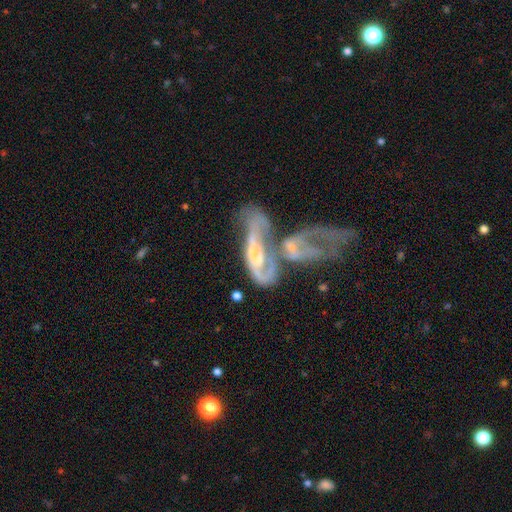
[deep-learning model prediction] Smooth or featured? Predicted: featured or disk (p=0.74). Edge-on disk? Predicted: no (p=0.85). Bar? Predicted: no (p=0.57). Spiral arms? Predicted: yes (p=0.67). Bulge size? Predicted: moderate (p=0.41). Merging? Predicted: merger (p=0.72).